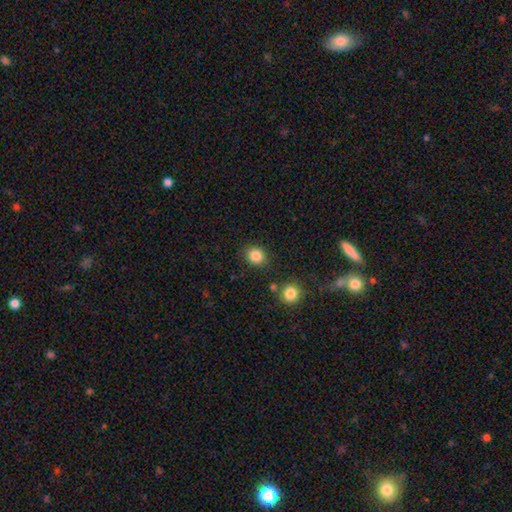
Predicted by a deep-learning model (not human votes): The model was most divided on "how rounded": round: 82%, in between: 18%, cigar-shaped: 1%. More confident: smooth or featured — smooth (86%); merging — none (84%).